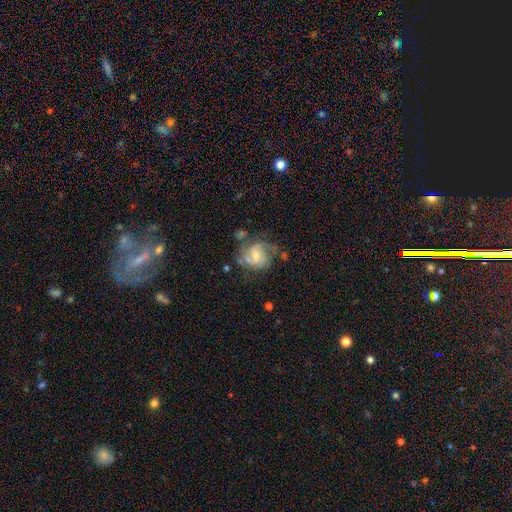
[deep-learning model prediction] Q: Smooth or featured?
A: featured or disk (71%); runner-up: smooth (22%)
Q: Edge-on disk?
A: no (98%); runner-up: yes (2%)
Q: Bar?
A: no (47%); runner-up: weak (44%)
Q: Spiral arms?
A: yes (87%); runner-up: no (13%)
Q: Spiral winding?
A: medium (45%); runner-up: tight (37%)
Q: Spiral arm count?
A: 2 (56%); runner-up: can't tell (22%)
Q: Bulge size?
A: moderate (48%); runner-up: small (45%)
Q: Merging?
A: none (50%); runner-up: minor disturbance (25%)